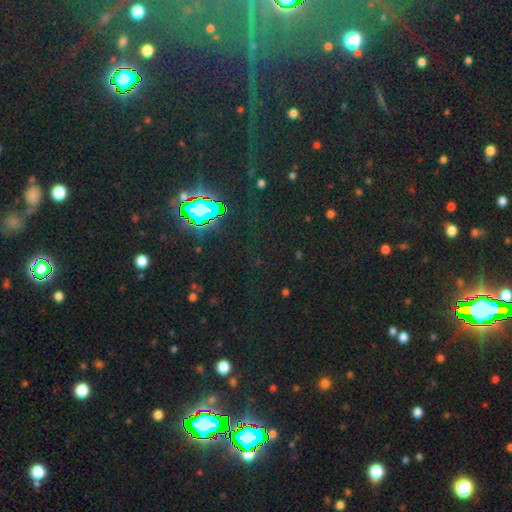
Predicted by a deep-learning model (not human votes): Smooth or featured?
  - star or artifact: 83% *
  - smooth: 10%
  - featured or disk: 7%